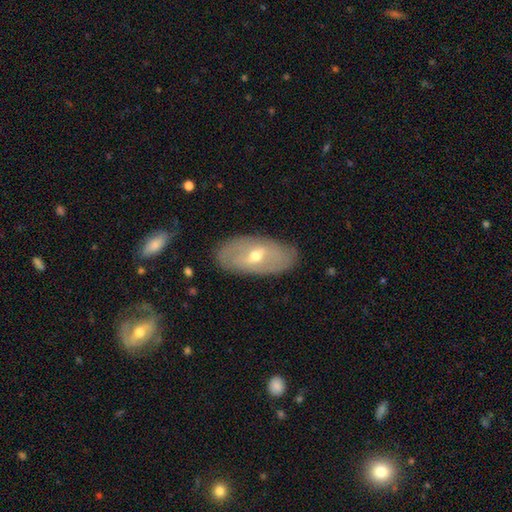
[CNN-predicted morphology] A featured or disk galaxy (58%).

Vote fractions:
- Smooth or featured? featured or disk: 58% / smooth: 35% / star or artifact: 7%
- Edge-on disk? no: 85% / yes: 15%
- Merging? none: 82% / minor disturbance: 13% / major disturbance: 3% / merger: 1%